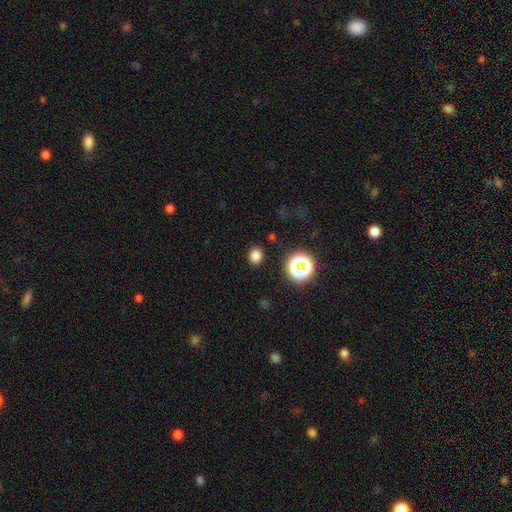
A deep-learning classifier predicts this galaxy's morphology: Smooth or featured? Predicted: smooth (p=0.76). How rounded? Predicted: round (p=0.63). Merging? Predicted: none (p=0.88).